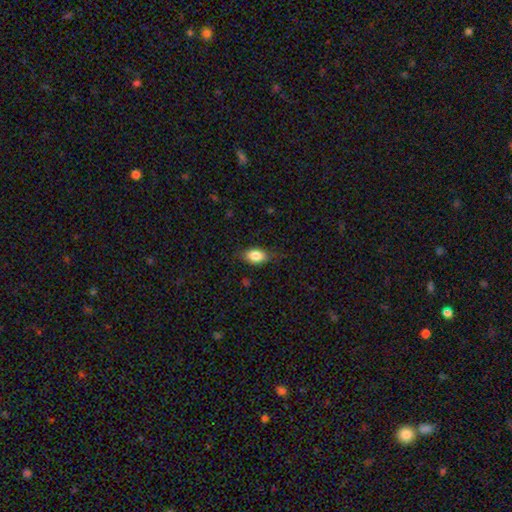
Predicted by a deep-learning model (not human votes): This is clearly a smooth galaxy (84%). How rounded: clearly in between (86%). Merging: likely none (77%).